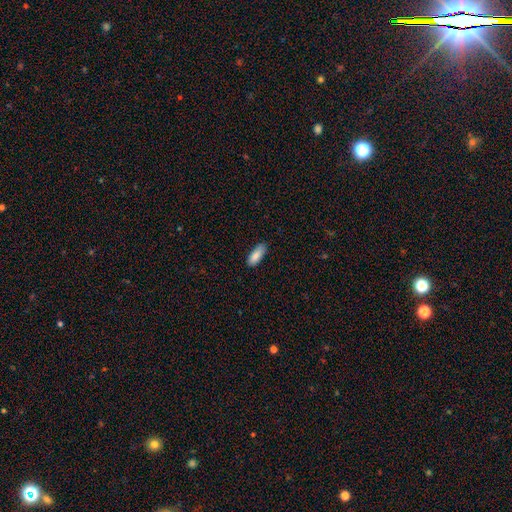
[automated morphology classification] A smooth galaxy with no disk features (87%) that is in between round and cigar-shaped (78%).

Vote fractions:
- Smooth or featured? smooth: 87% / featured or disk: 6% / star or artifact: 6%
- How rounded? in between: 78% / cigar-shaped: 21% / round: 2%
- Merging? none: 79% / minor disturbance: 17% / major disturbance: 2% / merger: 1%